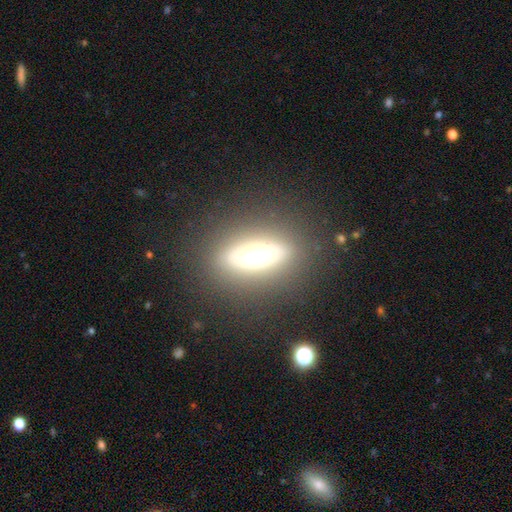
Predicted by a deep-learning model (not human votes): This appears to be a smooth galaxy with no disk features (49%). Merging: none (85%).